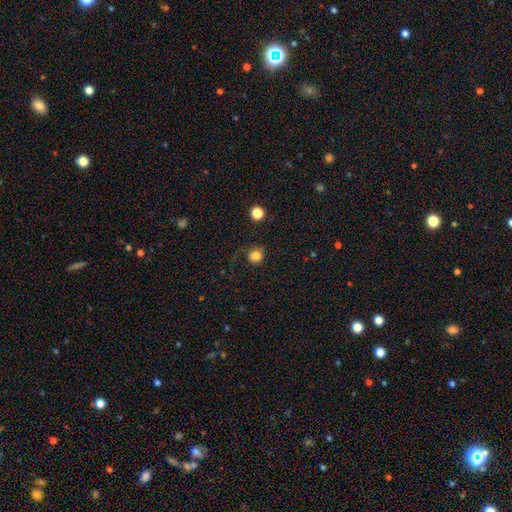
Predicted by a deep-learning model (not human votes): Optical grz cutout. It shows a smooth galaxy with no disk features (82%) that is round (83%). Merging: none (70%).